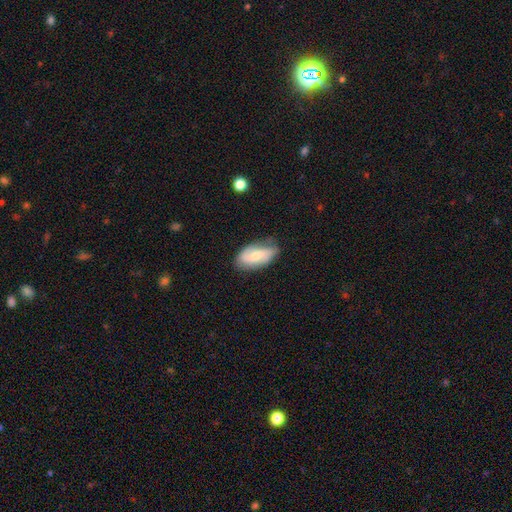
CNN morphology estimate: This appears to be a featured or disk galaxy (53%). Merging: none (67%).